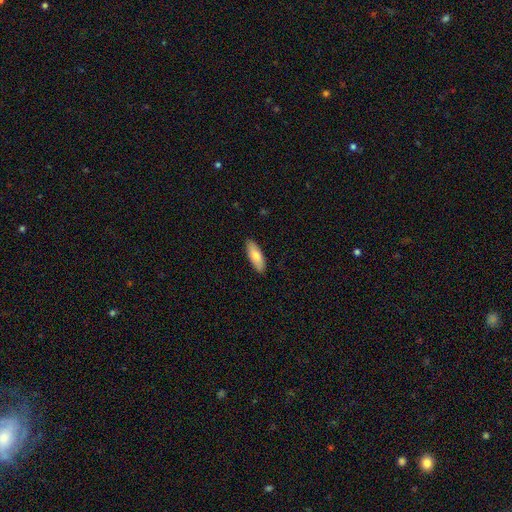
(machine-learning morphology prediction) This is likely a smooth galaxy (76%). How rounded: likely in between (69%). Merging: clearly none (89%).